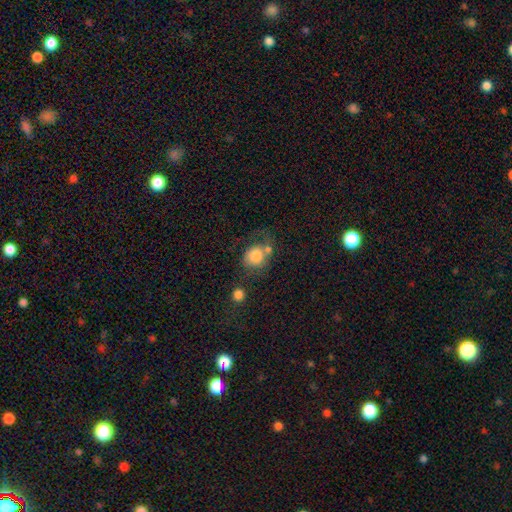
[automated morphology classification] smooth-or-featured: smooth: 77% | featured or disk: 14% | star or artifact: 8%
  how-rounded: round: 68% | in between: 31% | cigar-shaped: 1%
  merging: none: 39% | merger: 25% | minor disturbance: 19% | major disturbance: 17%